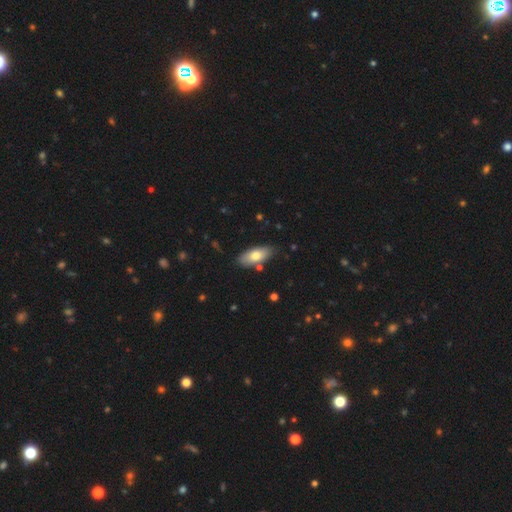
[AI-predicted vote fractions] A smooth galaxy with no disk features (73%) that is in between round and cigar-shaped (85%).

Vote fractions:
- Smooth or featured? smooth: 73% / featured or disk: 21% / star or artifact: 6%
- How rounded? in between: 85% / cigar-shaped: 12% / round: 2%
- Merging? none: 82% / minor disturbance: 12% / merger: 4% / major disturbance: 2%